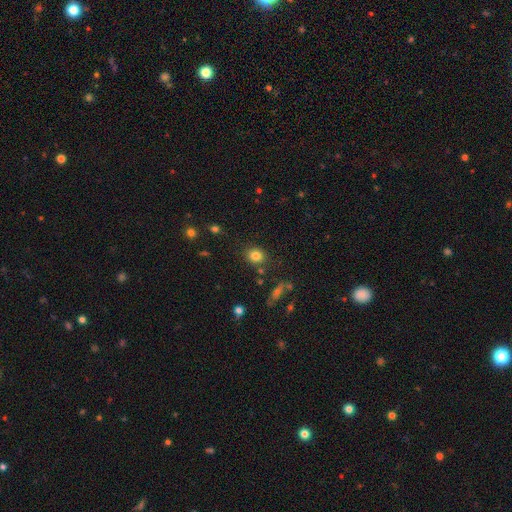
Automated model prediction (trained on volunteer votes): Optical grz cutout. It shows a smooth galaxy with no disk features (81%) that is round (68%). Merging: none (82%).